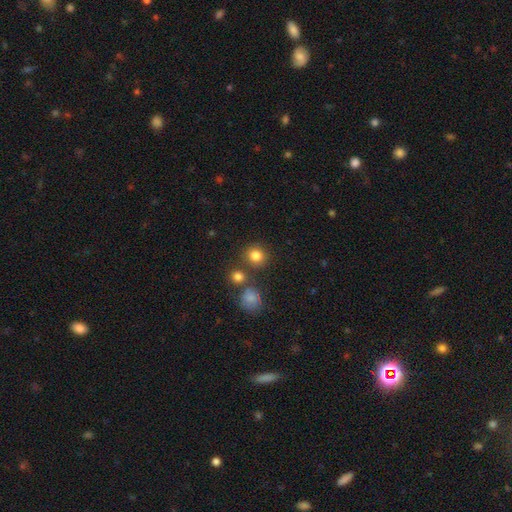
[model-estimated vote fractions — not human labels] Smooth or featured: smooth — 82% (star or artifact — 12%)
How rounded: round — 85% (in between — 14%)
Merging: none — 77% (merger — 11%)